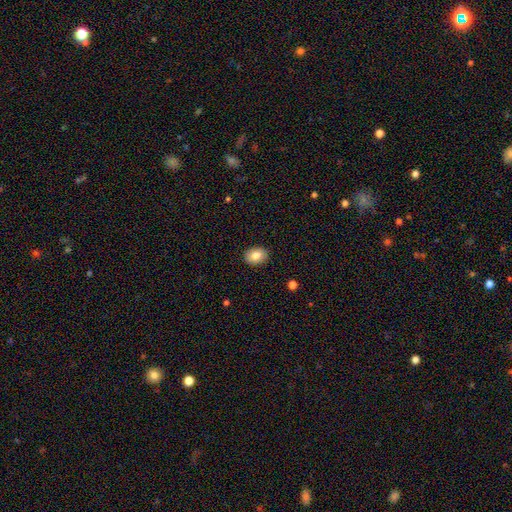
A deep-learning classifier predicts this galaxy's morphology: Smooth or featured? smooth (82%)
How rounded? in between (66%)
Merging? none (90%)